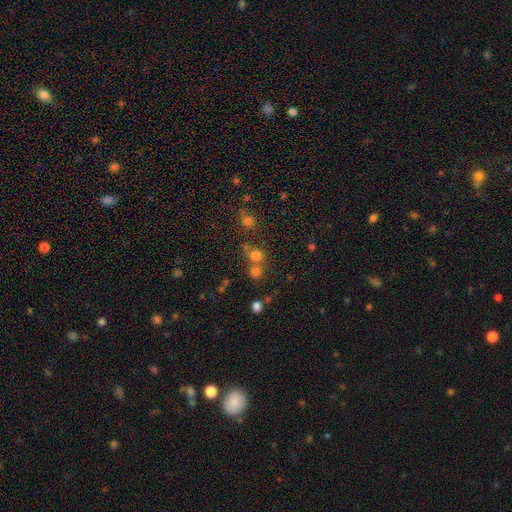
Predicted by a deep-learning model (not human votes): A smooth galaxy with no disk features (72%) that is round (87%).

Vote fractions:
- Smooth or featured? smooth: 72% / star or artifact: 20% / featured or disk: 8%
- How rounded? round: 87% / in between: 12% / cigar-shaped: 1%
- Merging? none: 55% / merger: 33% / minor disturbance: 8% / major disturbance: 4%